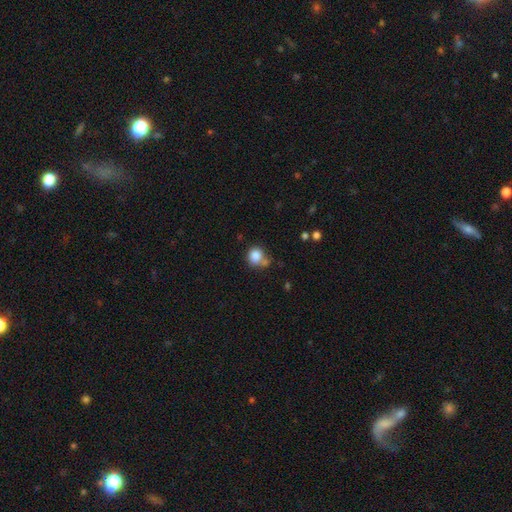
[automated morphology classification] type=smooth (83%); roundness=round (82%); merging=none (58%).